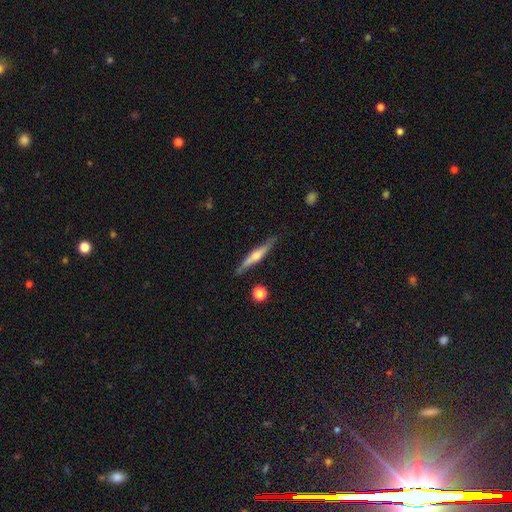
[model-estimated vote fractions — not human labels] Smooth or featured? featured or disk (65%)
Edge-on disk? yes (96%)
Edge-on bulge? rounded (79%)
Merging? none (85%)